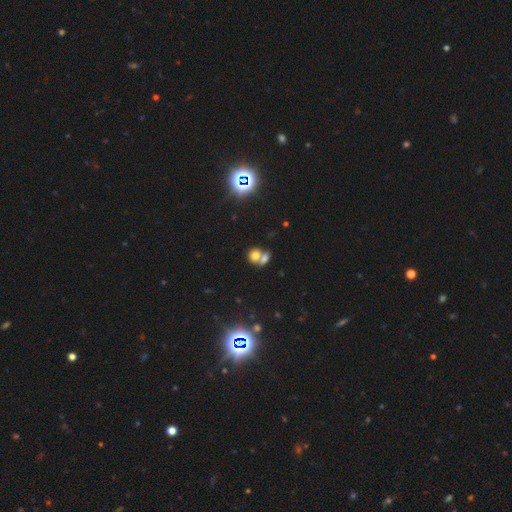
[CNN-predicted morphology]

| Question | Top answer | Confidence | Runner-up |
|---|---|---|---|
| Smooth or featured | smooth | 67% | star or artifact (17%) |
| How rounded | round | 70% | in between (29%) |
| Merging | merger | 60% | none (31%) |